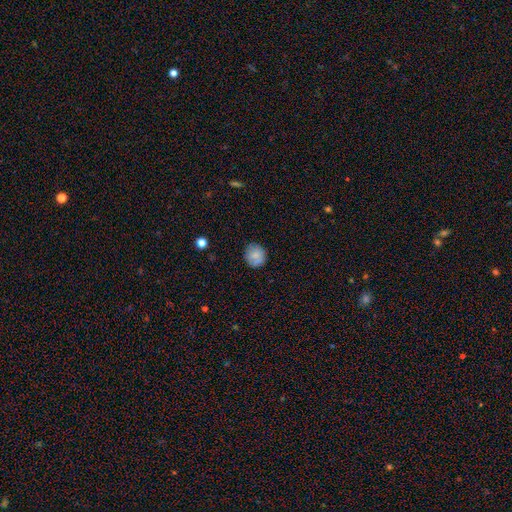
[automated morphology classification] Smooth or featured? smooth (79%)
How rounded? round (82%)
Merging? none (81%)